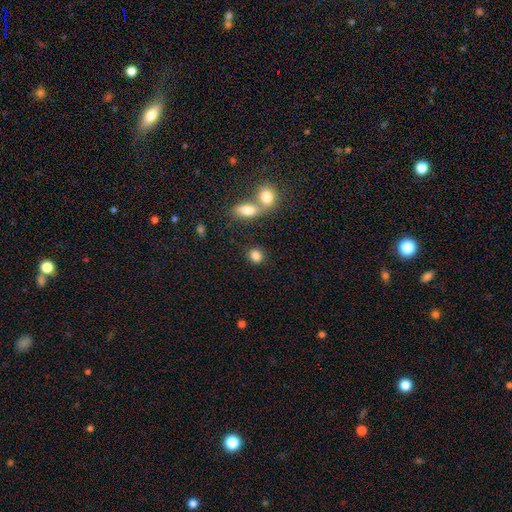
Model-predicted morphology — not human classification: smooth 85%, star or artifact 10%, featured or disk 6%. Down the decision tree: how rounded — round (71%); merging — none (73%).